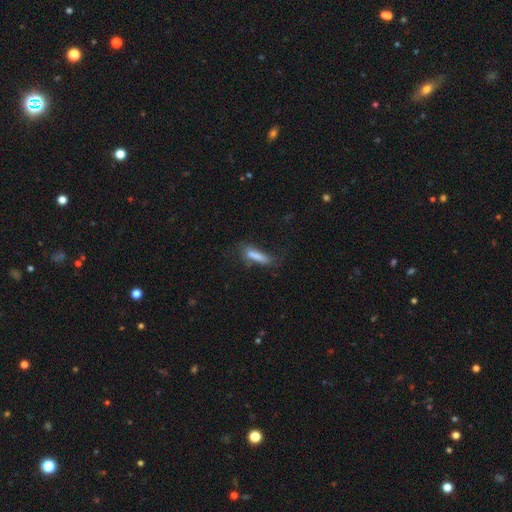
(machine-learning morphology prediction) smooth 73%, featured or disk 17%, star or artifact 9%. Down the decision tree: how rounded — cigar-shaped (72%); merging — none (51%).